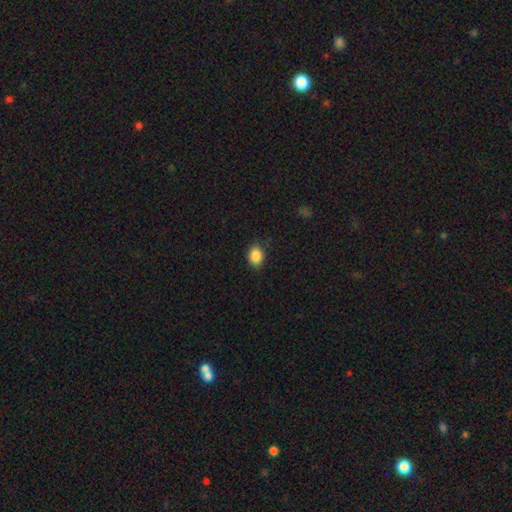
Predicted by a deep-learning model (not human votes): Smooth or featured: smooth — 87% (star or artifact — 9%)
How rounded: in between — 54% (round — 45%)
Merging: none — 82% (minor disturbance — 14%)